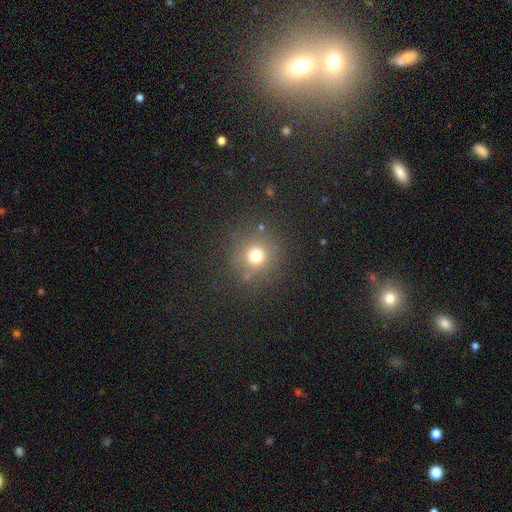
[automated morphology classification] Smooth or featured? Predicted: smooth (p=0.70). How rounded? Predicted: round (p=0.92). Merging? Predicted: none (p=0.83).